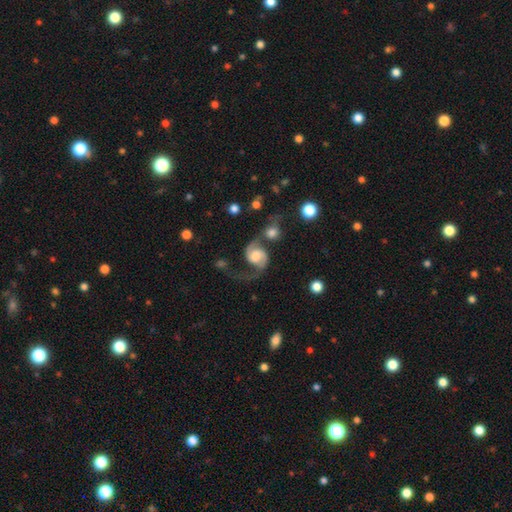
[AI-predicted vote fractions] The model was most divided on "bulge size": large: 36%, moderate: 35%, small: 12%, none: 11%, dominant: 6%. Remaining: edge-on disk — no (98%); spiral arms — yes (97%); spiral arm count — 2 (91%); smooth or featured — featured or disk (85%); bar — no (57%); spiral winding — loose (46%); merging — none (46%).